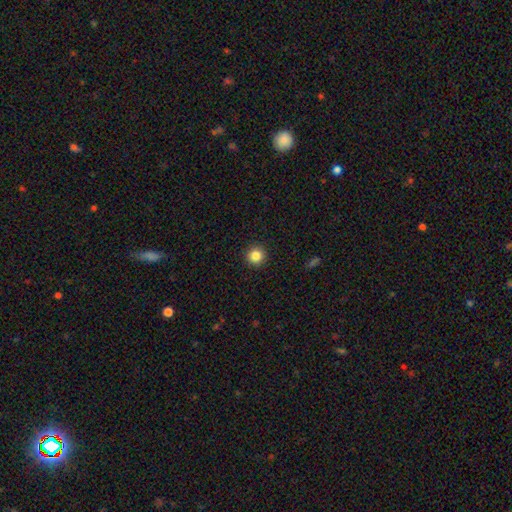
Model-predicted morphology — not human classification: Smooth or featured? Predicted: smooth (p=0.85). How rounded? Predicted: round (p=0.95). Merging? Predicted: none (p=0.93).